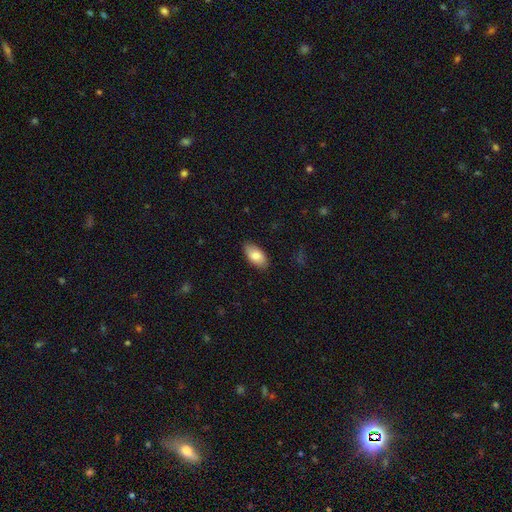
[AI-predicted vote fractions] Smooth or featured?
  - smooth: 83% *
  - featured or disk: 11%
  - star or artifact: 6%
How rounded?
  - in between: 93% *
  - cigar-shaped: 4%
  - round: 3%
Merging?
  - none: 87% *
  - minor disturbance: 10%
  - major disturbance: 2%
  - merger: 1%